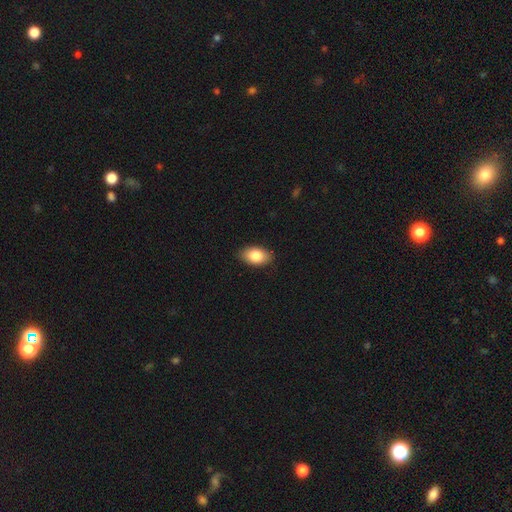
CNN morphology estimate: smooth-or-featured: smooth: 85% | featured or disk: 8% | star or artifact: 7%
  how-rounded: in between: 92% | round: 7% | cigar-shaped: 2%
  merging: none: 88% | minor disturbance: 9% | major disturbance: 2% | merger: 1%